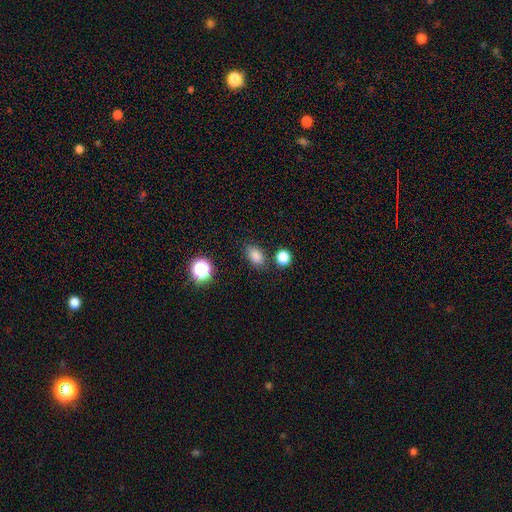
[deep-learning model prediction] This appears to be a smooth galaxy with no disk features (82%) that is in between round and cigar-shaped (81%). Merging: none (79%).